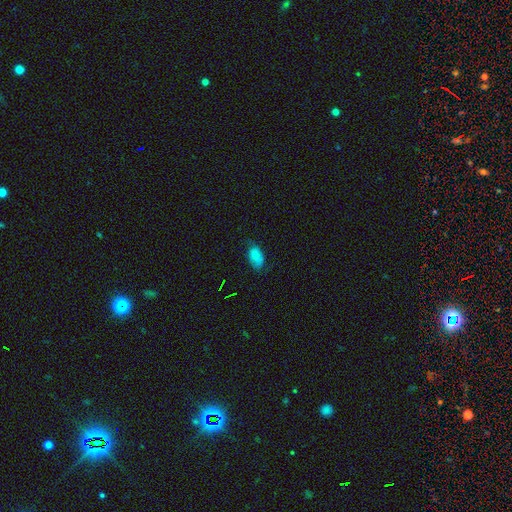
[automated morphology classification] smooth 77%, featured or disk 13%, star or artifact 10%. Down the decision tree: how rounded — in between (91%); merging — none (64%).